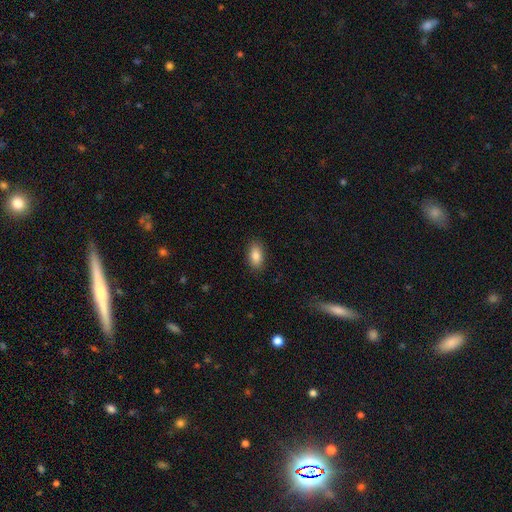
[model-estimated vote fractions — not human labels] Morphology: type=smooth (86%); roundness=in between (91%); merging=none (88%).